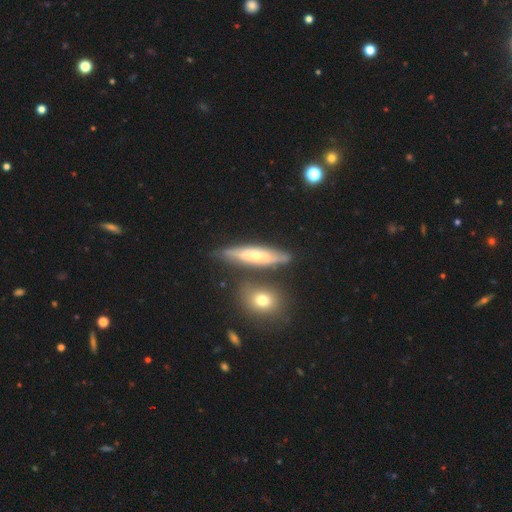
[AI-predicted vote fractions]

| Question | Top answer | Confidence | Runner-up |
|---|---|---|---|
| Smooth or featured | featured or disk | 57% | smooth (36%) |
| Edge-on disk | yes | 66% | no (34%) |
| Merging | none | 71% | minor disturbance (17%) |